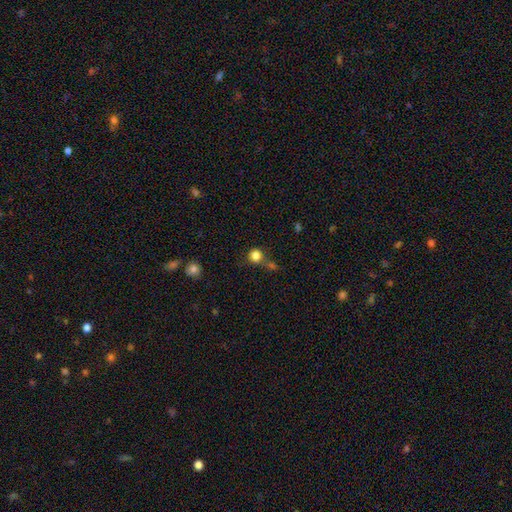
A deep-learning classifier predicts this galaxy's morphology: Smooth or featured? smooth (82%)
How rounded? round (89%)
Merging? none (60%)